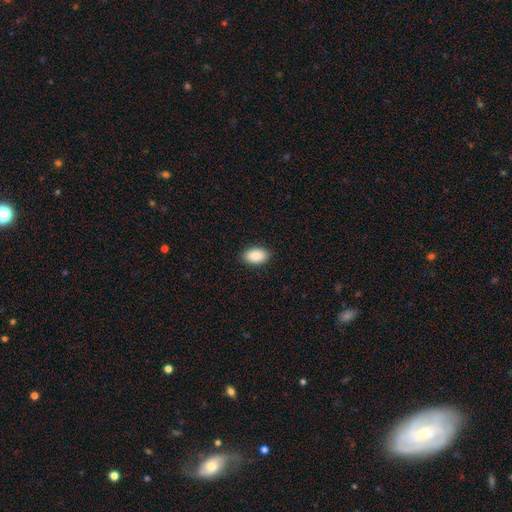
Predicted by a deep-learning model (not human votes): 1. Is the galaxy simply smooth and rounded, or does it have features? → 90% smooth, 6% star or artifact, 3% featured or disk.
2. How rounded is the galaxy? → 93% in between, 6% round, 1% cigar-shaped.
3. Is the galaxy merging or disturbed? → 89% none, 8% minor disturbance, 2% major disturbance, 1% merger.